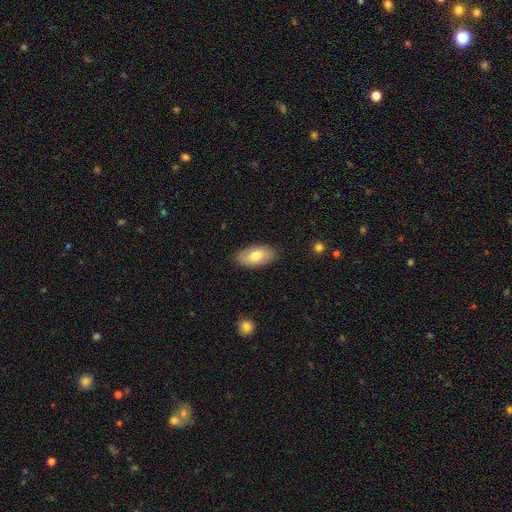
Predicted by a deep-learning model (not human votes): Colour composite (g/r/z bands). It shows a smooth galaxy with no disk features (73%) that is in between round and cigar-shaped (93%). Merging: none (87%).